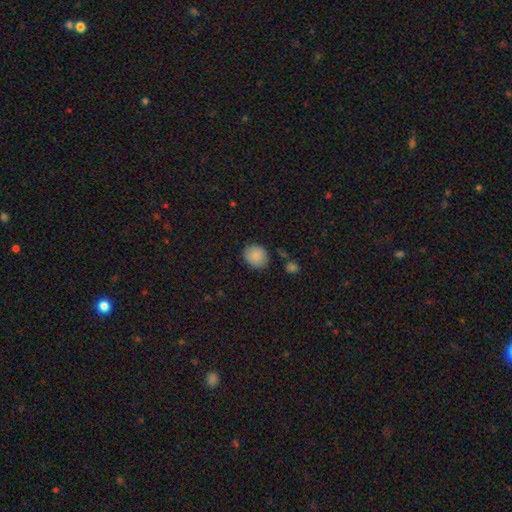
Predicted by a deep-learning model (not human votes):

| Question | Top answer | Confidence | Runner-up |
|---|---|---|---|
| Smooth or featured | smooth | 88% | star or artifact (8%) |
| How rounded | round | 72% | in between (27%) |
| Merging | none | 81% | minor disturbance (13%) |